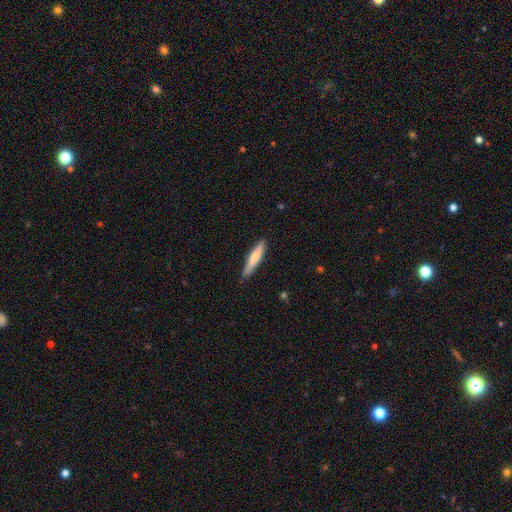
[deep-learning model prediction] Smooth or featured? Predicted: smooth (p=0.68). How rounded? Predicted: cigar-shaped (p=0.90). Merging? Predicted: none (p=0.84).